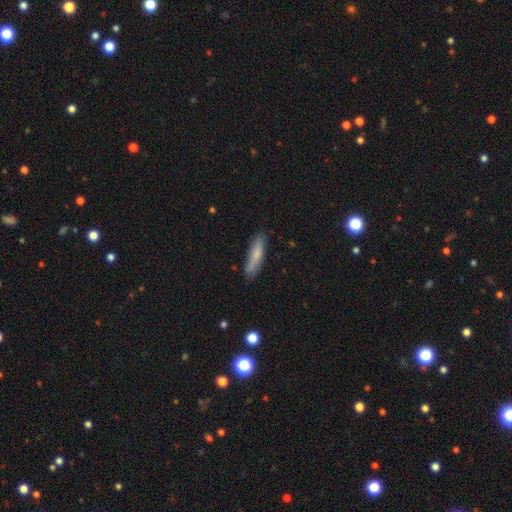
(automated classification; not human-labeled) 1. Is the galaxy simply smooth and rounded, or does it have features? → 76% smooth, 18% featured or disk, 6% star or artifact.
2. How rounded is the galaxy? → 80% cigar-shaped, 18% in between, 2% round.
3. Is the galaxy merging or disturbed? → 80% none, 15% minor disturbance, 3% major disturbance, 2% merger.